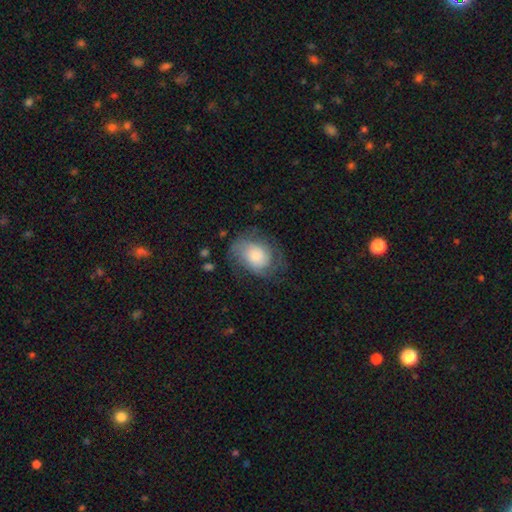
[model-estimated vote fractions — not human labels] Morphology: type=smooth (50%); merging=none (57%).